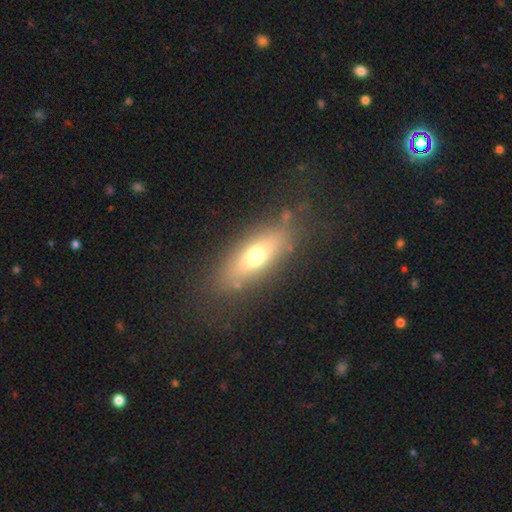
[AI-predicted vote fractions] Smooth or featured? smooth (63%)
How rounded? in between (63%)
Merging? none (79%)